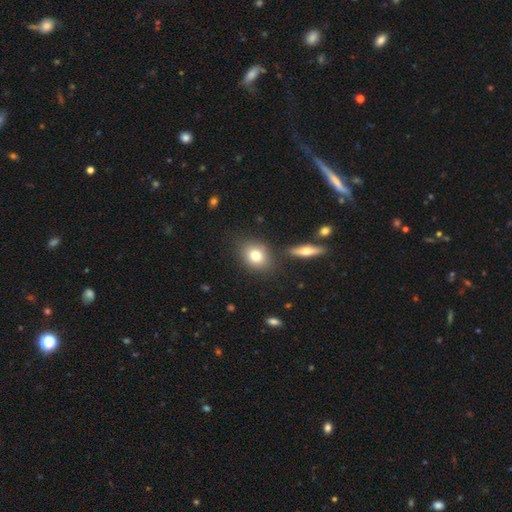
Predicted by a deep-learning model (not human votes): The model was most divided on "how rounded": in between: 52%, round: 46%, cigar-shaped: 2%. More confident: smooth or featured — smooth (78%); merging — none (78%).